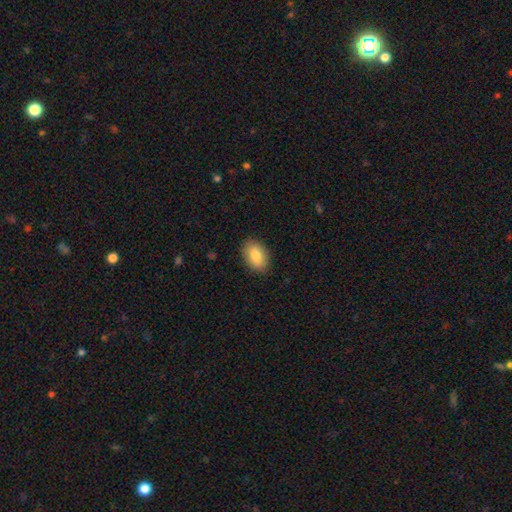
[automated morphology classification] Overall: smooth (84%). How rounded: in between (89%). Merging: none (87%).